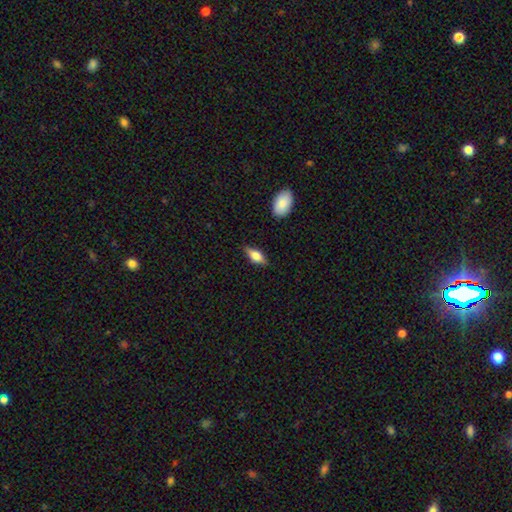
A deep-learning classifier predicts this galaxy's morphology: This appears to be a smooth galaxy with no disk features (64%) that is in between round and cigar-shaped (76%). Merging: none (82%).